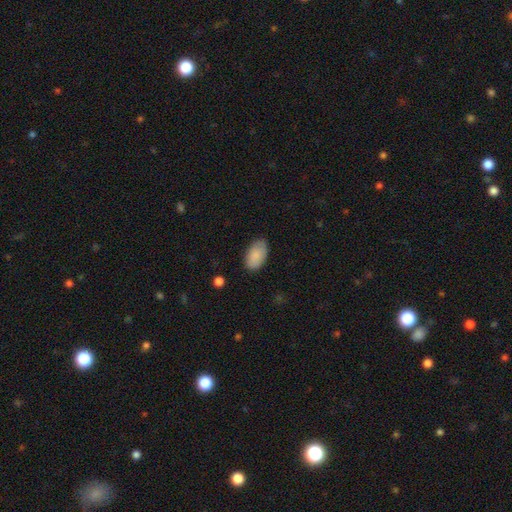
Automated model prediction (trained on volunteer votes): Morphology: type=smooth (87%); roundness=in between (94%); merging=none (80%).